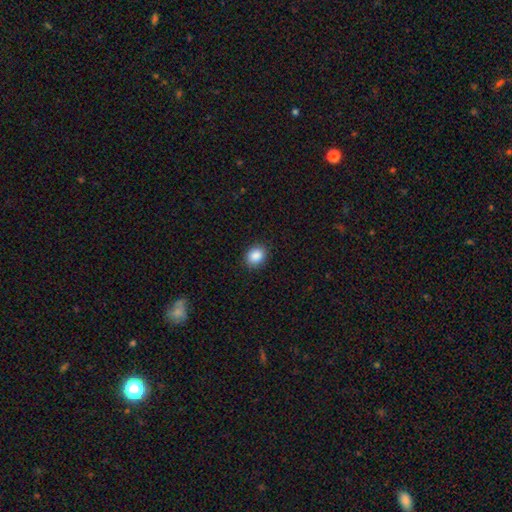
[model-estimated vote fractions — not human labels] The model was most divided on "how rounded": round: 51%, in between: 49%, cigar-shaped: 1%. More confident: smooth or featured — smooth (88%); merging — none (88%).